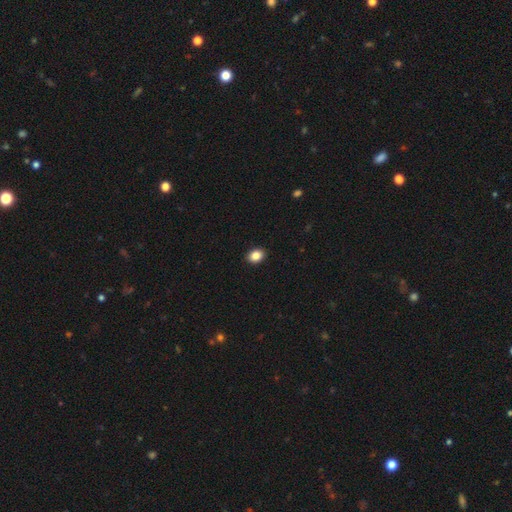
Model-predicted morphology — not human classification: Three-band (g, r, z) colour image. It shows a smooth galaxy with no disk features (86%) that is in between round and cigar-shaped (64%). Merging: none (91%).